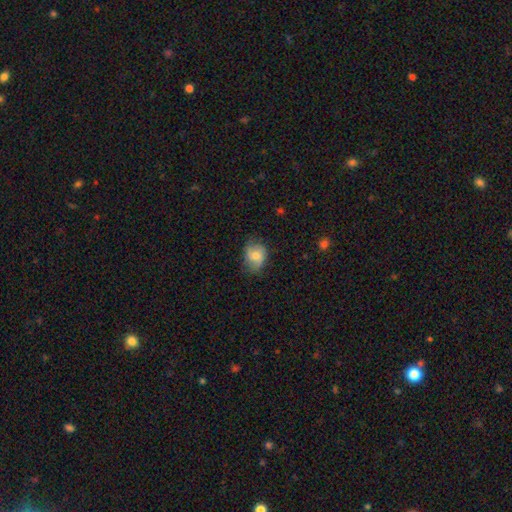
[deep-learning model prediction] Overall: smooth (68%). How rounded: in between (55%; round 44%). Merging: none (66%; minor disturbance 26%).